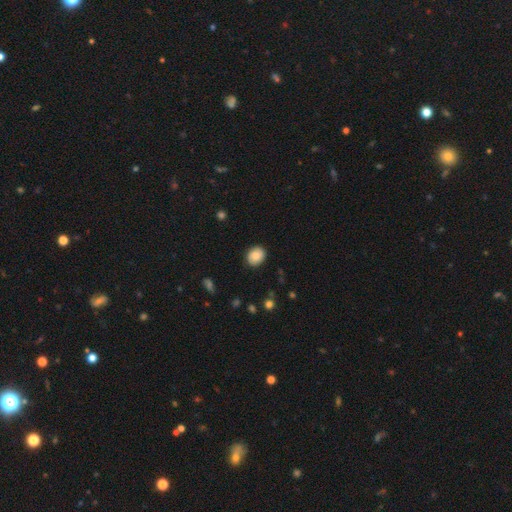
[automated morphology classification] smooth-or-featured: smooth: 85% | featured or disk: 8% | star or artifact: 8%
  how-rounded: round: 54% | in between: 45% | cigar-shaped: 1%
  merging: none: 87% | minor disturbance: 10% | major disturbance: 2% | merger: 1%